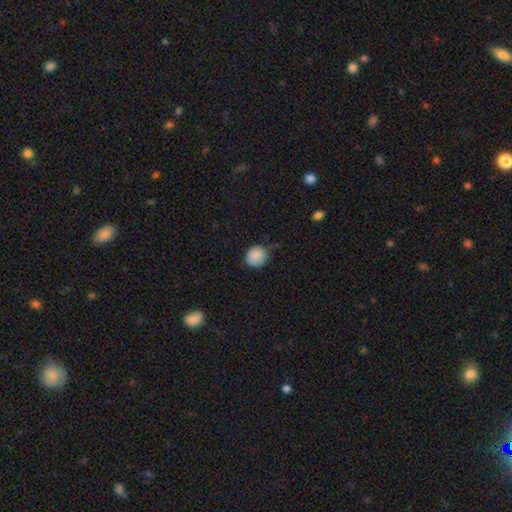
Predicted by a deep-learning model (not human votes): smooth-or-featured: smooth: 87% | star or artifact: 8% | featured or disk: 5%
  how-rounded: round: 85% | in between: 14% | cigar-shaped: 1%
  merging: none: 58% | minor disturbance: 34% | major disturbance: 6% | merger: 2%